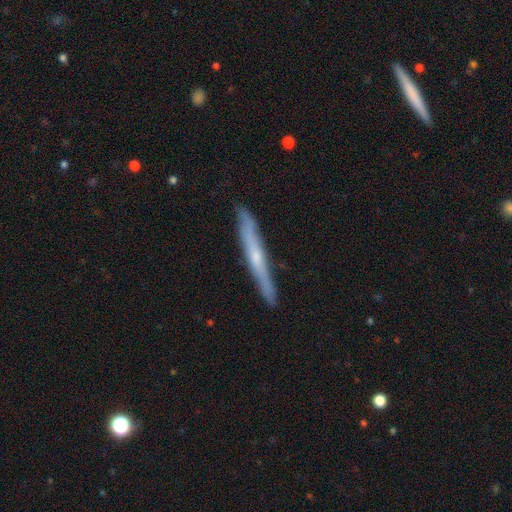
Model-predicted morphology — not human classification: Smooth or featured?
  - featured or disk: 62% *
  - smooth: 32%
  - star or artifact: 6%
Edge-on disk?
  - yes: 95% *
  - no: 5%
Edge-on bulge?
  - rounded: 52% *
  - none: 44%
  - boxy: 4%
Merging?
  - none: 88% *
  - minor disturbance: 9%
  - major disturbance: 2%
  - merger: 1%